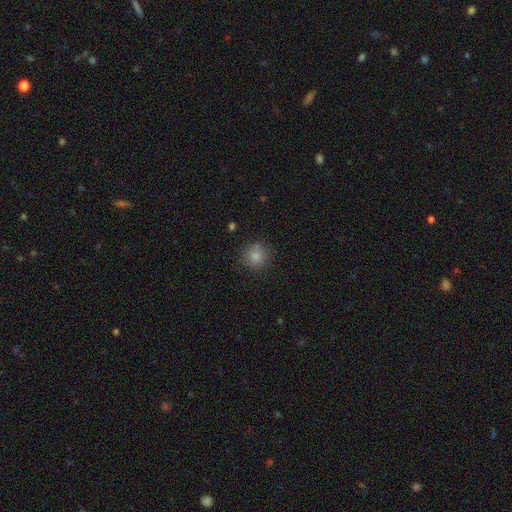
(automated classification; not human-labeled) Overall: smooth (80%). How rounded: round (91%). Merging: none (78%).